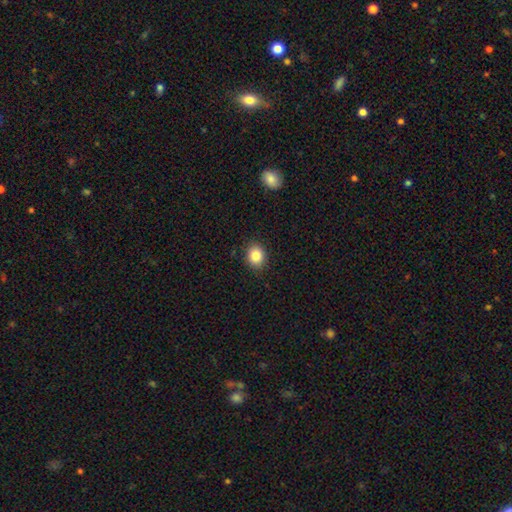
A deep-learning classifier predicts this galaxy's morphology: Smooth or featured?
  - smooth: 84% *
  - star or artifact: 10%
  - featured or disk: 6%
How rounded?
  - round: 59% *
  - in between: 40%
  - cigar-shaped: 1%
Merging?
  - none: 89% *
  - minor disturbance: 8%
  - major disturbance: 2%
  - merger: 1%